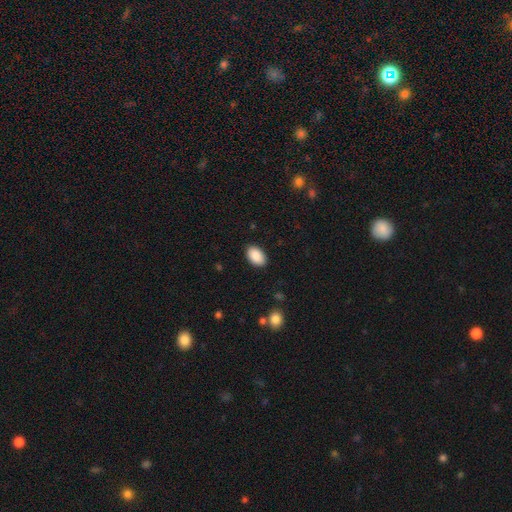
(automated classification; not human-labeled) smooth_or_featured: smooth (p=0.90) [alt: star or artifact p=0.06]
how_rounded: in between (p=0.92) [alt: round p=0.07]
merging: none (p=0.88) [alt: minor disturbance p=0.09]